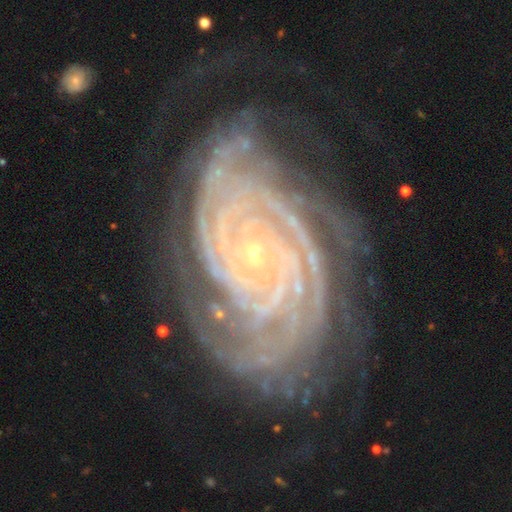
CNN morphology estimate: Smooth or featured? featured or disk (92%)
Edge-on disk? no (97%)
Bar? no (70%)
Spiral arms? yes (99%)
Spiral winding? tight (87%)
Spiral arm count? more than 4 (23%)
Bulge size? small (85%)
Merging? none (72%)